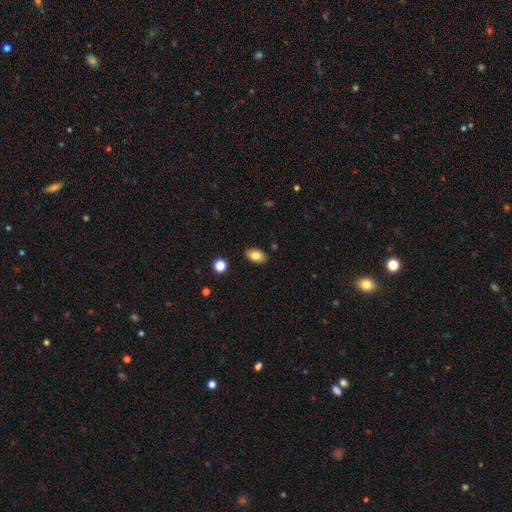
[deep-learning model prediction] A smooth galaxy with no disk features (83%) that is in between round and cigar-shaped (91%). Merging: none (87%).